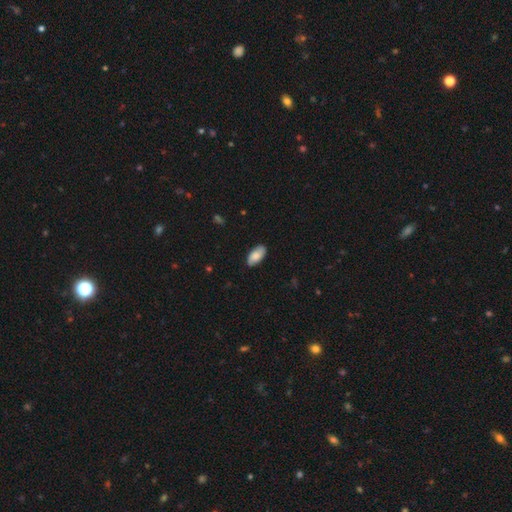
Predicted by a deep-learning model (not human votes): Overall: smooth (76%). How rounded: in between (93%). Merging: none (85%).